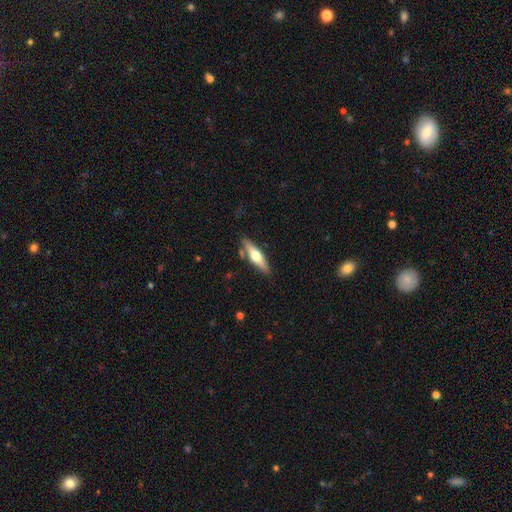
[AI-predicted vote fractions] featured or disk 50%, smooth 44%, star or artifact 5%. Down the decision tree: edge-on disk — yes (91%); merging — none (82%).